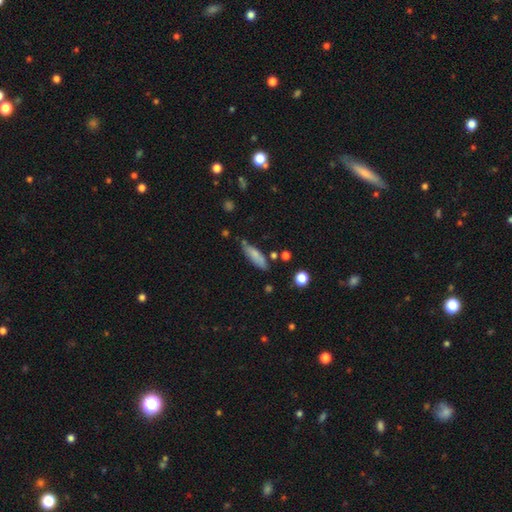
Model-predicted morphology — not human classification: smooth 77%, featured or disk 16%, star or artifact 7%. Down the decision tree: how rounded — cigar-shaped (51%); merging — none (73%).